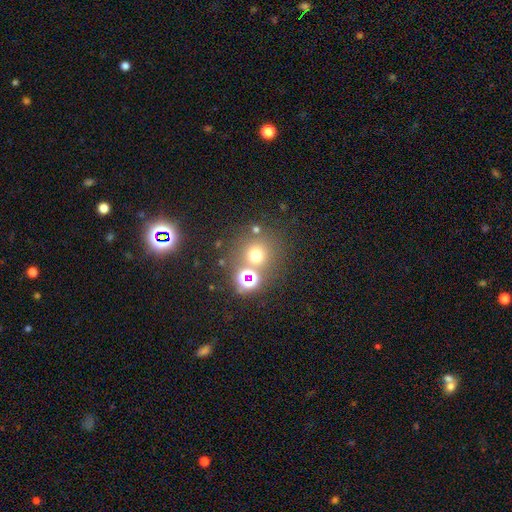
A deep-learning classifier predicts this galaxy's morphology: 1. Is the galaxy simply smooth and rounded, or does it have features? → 63% smooth, 28% star or artifact, 9% featured or disk.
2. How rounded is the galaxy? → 91% round, 8% in between, 1% cigar-shaped.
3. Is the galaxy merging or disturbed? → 72% none, 15% merger, 9% minor disturbance, 5% major disturbance.